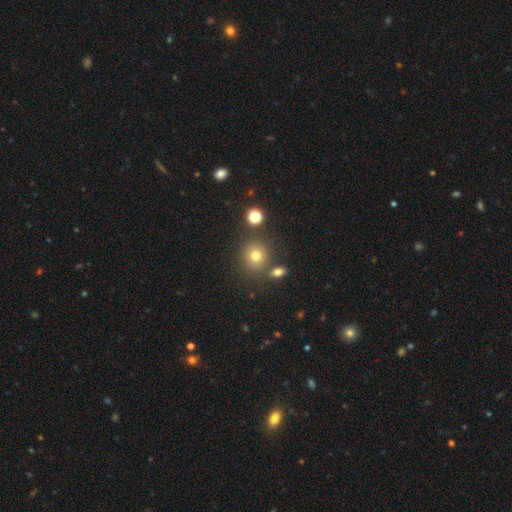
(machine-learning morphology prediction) Smooth or featured: smooth — 74% (star or artifact — 16%)
How rounded: round — 88% (in between — 11%)
Merging: none — 78% (minor disturbance — 10%)